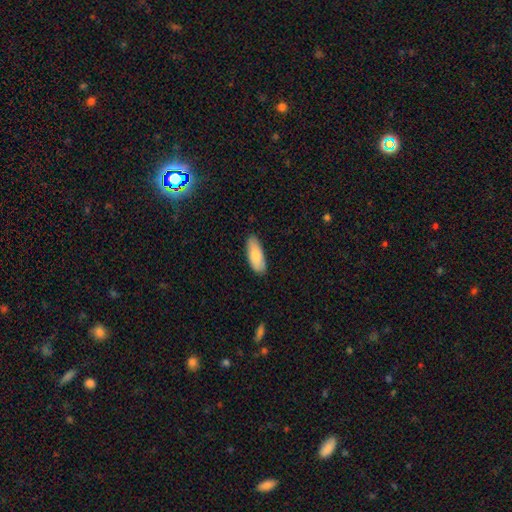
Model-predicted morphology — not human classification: This appears to be a smooth galaxy with no disk features (83%) that is in between round and cigar-shaped (78%). Merging: none (85%).